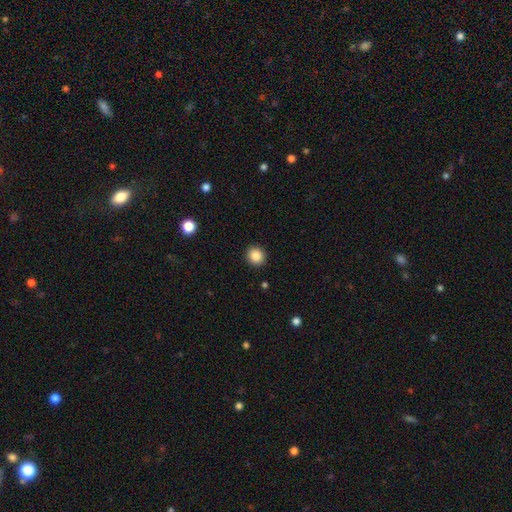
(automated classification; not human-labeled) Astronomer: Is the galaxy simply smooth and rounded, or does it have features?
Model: smooth — 87%.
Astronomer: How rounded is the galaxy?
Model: round — 89%.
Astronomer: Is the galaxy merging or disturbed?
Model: none — 91%.